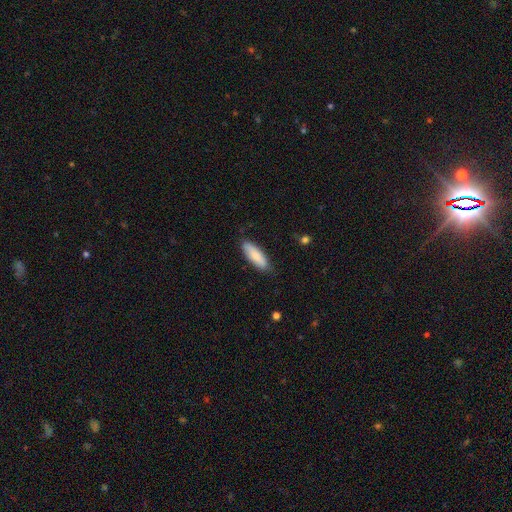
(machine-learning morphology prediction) smooth_or_featured: smooth (p=0.82) [alt: featured or disk p=0.13]
how_rounded: in between (p=0.59) [alt: cigar-shaped p=0.39]
merging: none (p=0.82) [alt: minor disturbance p=0.15]